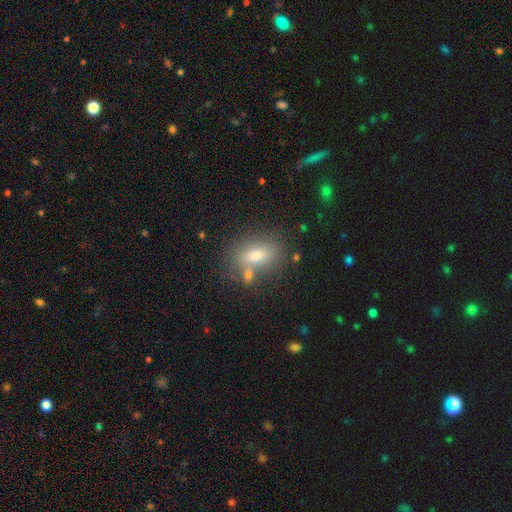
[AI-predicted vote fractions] This appears to be a smooth galaxy with no disk features (75%) that is in between round and cigar-shaped (80%). Merging: none (71%).